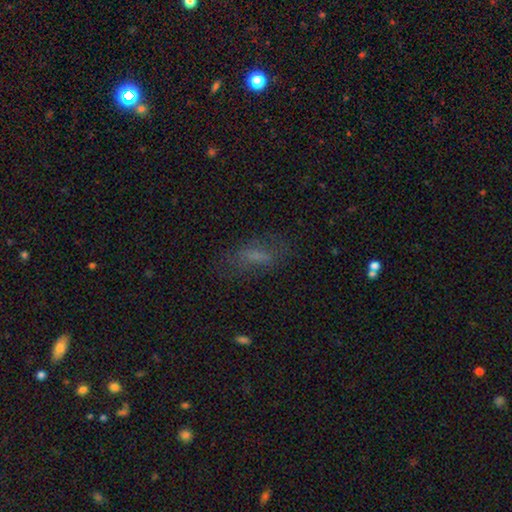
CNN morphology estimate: Smooth or featured: smooth — 55% (featured or disk — 25%)
How rounded: in between — 60% (cigar-shaped — 35%)
Merging: none — 68% (minor disturbance — 17%)